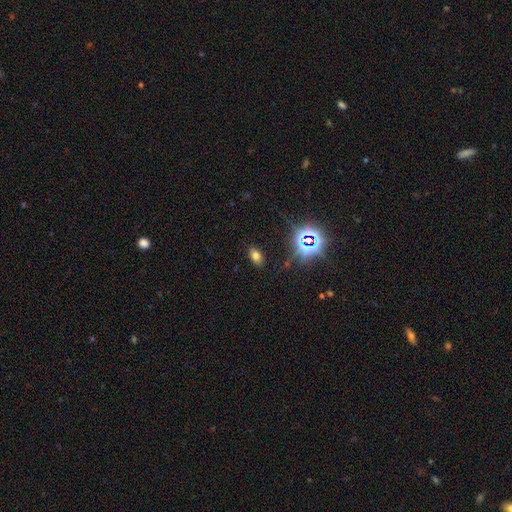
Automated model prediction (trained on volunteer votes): A smooth galaxy with no disk features (65%) that is in between round and cigar-shaped (89%). Merging: none (86%).